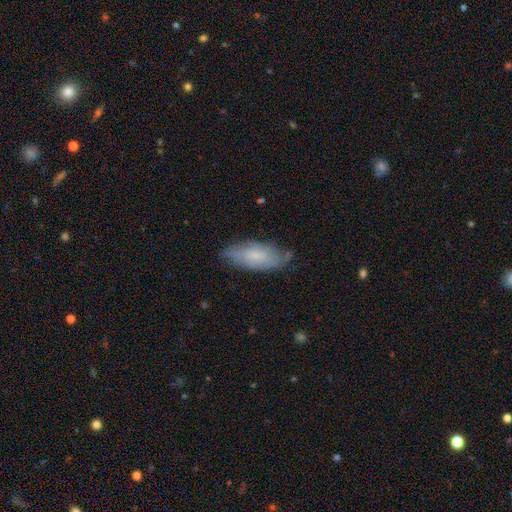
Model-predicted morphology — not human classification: This appears to be a smooth galaxy with no disk features (54%) that is in between round and cigar-shaped (80%). Merging: none (69%).